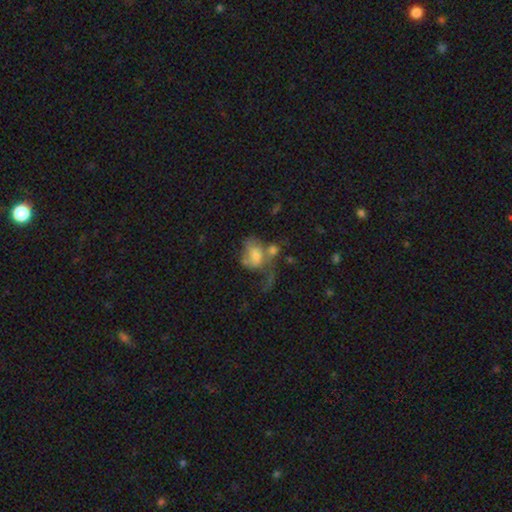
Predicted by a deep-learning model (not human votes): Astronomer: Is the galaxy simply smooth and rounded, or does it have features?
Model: smooth — 50% (runner-up: featured or disk, 40%).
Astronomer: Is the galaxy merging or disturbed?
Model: major disturbance — 40% (runner-up: merger, 31%).